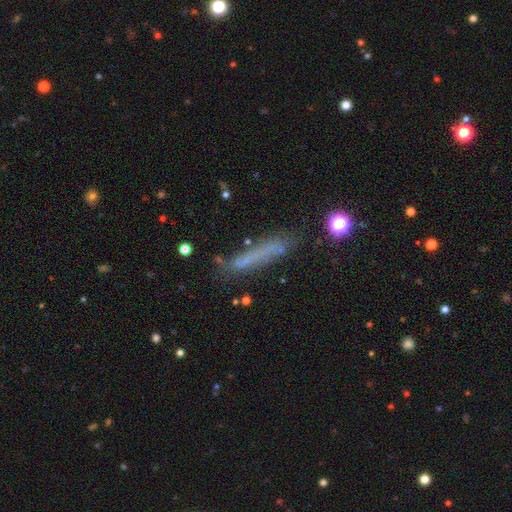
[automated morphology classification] Smooth or featured? Predicted: smooth (p=0.55). How rounded? Predicted: cigar-shaped (p=0.91). Merging? Predicted: none (p=0.72).